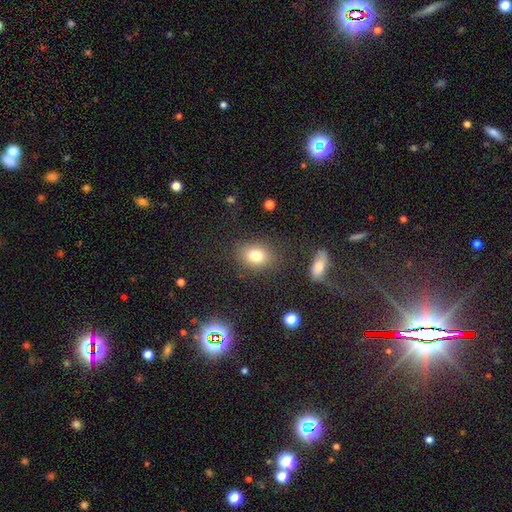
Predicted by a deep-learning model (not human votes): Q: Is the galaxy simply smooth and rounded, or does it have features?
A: smooth — 80%.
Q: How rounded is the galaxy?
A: in between — 55%.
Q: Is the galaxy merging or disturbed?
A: none — 82%.